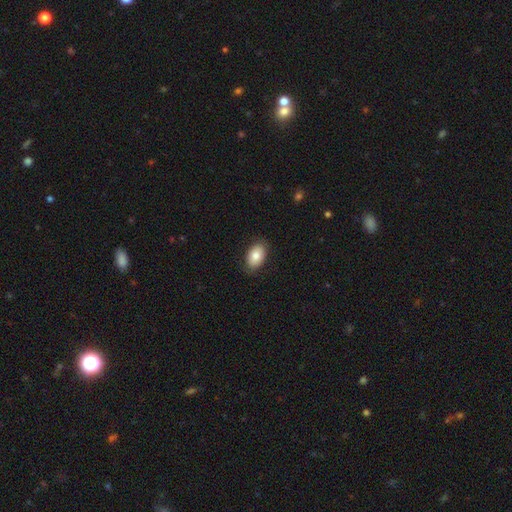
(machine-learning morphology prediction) Smooth or featured? smooth (82%)
How rounded? in between (90%)
Merging? none (86%)